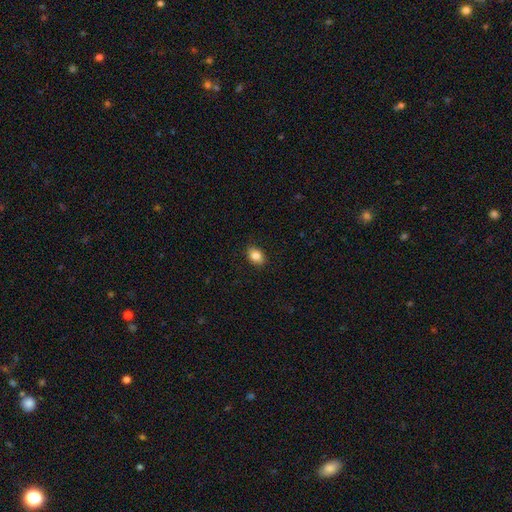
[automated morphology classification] Smooth or featured: smooth — 85% (star or artifact — 8%)
How rounded: in between — 73% (round — 25%)
Merging: none — 87% (minor disturbance — 10%)